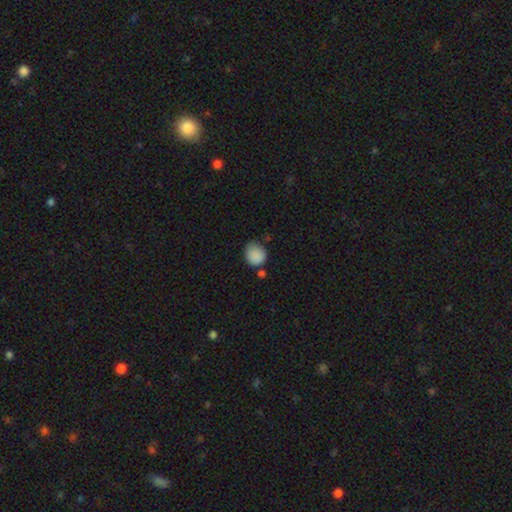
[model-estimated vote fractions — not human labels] smooth-or-featured: smooth: 87% | star or artifact: 9% | featured or disk: 5%
  how-rounded: round: 81% | in between: 18% | cigar-shaped: 1%
  merging: none: 60% | minor disturbance: 26% | merger: 8% | major disturbance: 7%